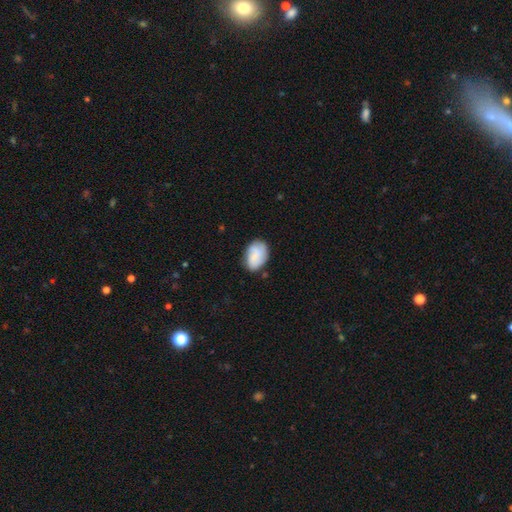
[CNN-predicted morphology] Smooth or featured? Predicted: smooth (p=0.74). How rounded? Predicted: in between (p=0.83). Merging? Predicted: none (p=0.69).